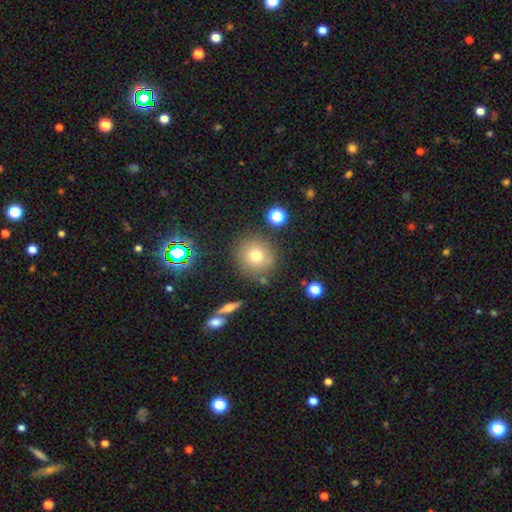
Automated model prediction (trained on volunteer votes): Smooth or featured: smooth — 72% (star or artifact — 15%)
How rounded: round — 90% (in between — 9%)
Merging: none — 82% (minor disturbance — 10%)